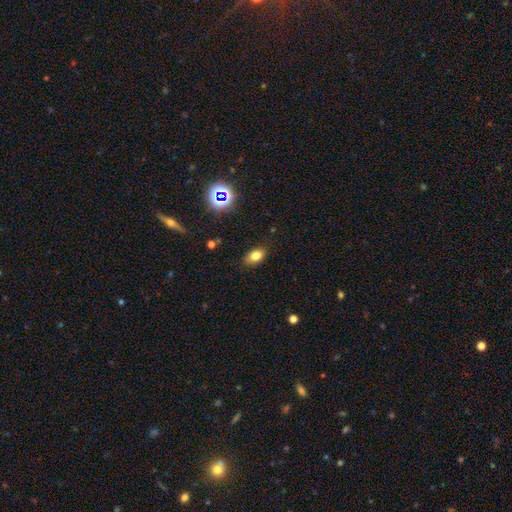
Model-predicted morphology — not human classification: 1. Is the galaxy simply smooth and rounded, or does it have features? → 77% smooth, 13% star or artifact, 10% featured or disk.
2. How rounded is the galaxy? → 86% in between, 11% round, 3% cigar-shaped.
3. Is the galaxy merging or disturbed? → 84% none, 12% minor disturbance, 3% major disturbance, 1% merger.